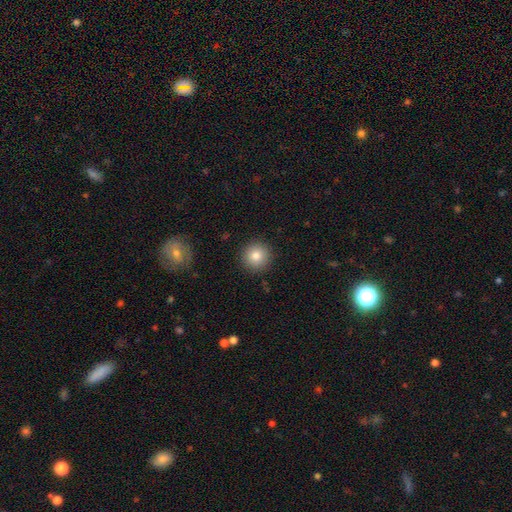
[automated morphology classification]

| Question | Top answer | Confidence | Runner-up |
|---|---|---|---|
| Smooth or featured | smooth | 82% | star or artifact (10%) |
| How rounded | round | 94% | in between (5%) |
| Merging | none | 91% | minor disturbance (6%) |